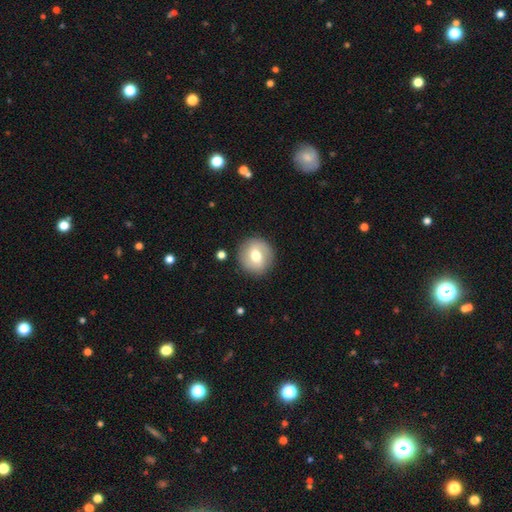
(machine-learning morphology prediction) Smooth or featured: smooth — 59% (featured or disk — 33%)
How rounded: round — 89% (in between — 10%)
Merging: none — 87% (minor disturbance — 9%)